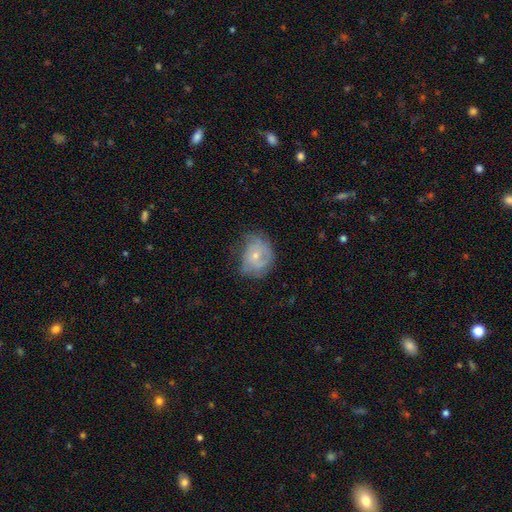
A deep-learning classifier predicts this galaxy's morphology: The model was most divided on "smooth or featured": featured or disk: 49%, smooth: 43%, star or artifact: 8%. More confident: merging — none (50%).